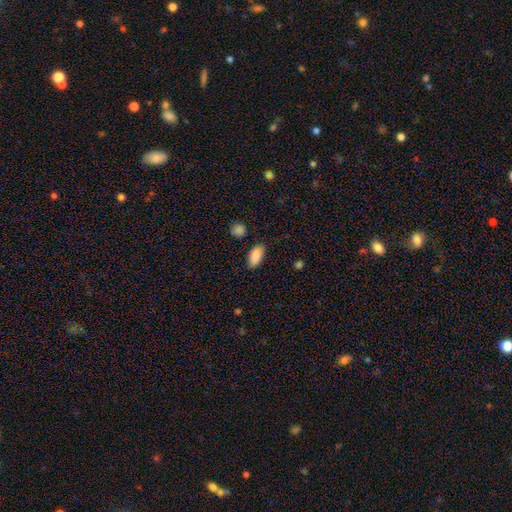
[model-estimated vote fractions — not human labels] A smooth galaxy with no disk features (89%) that is in between round and cigar-shaped (93%).

Vote fractions:
- Smooth or featured? smooth: 89% / star or artifact: 7% / featured or disk: 4%
- How rounded? in between: 93% / cigar-shaped: 4% / round: 3%
- Merging? none: 83% / minor disturbance: 12% / major disturbance: 3% / merger: 2%